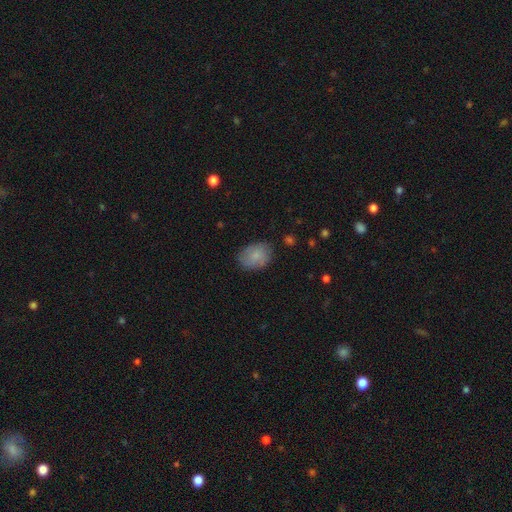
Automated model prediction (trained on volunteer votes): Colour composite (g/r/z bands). It shows a smooth galaxy with no disk features (78%) that is in between round and cigar-shaped (73%). Merging: none (77%).